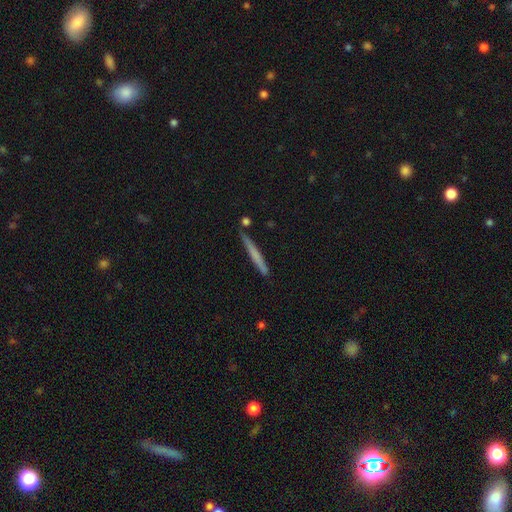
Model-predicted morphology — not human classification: A smooth galaxy with no disk features (59%) that is cigar-shaped (96%). Merging: none (83%).